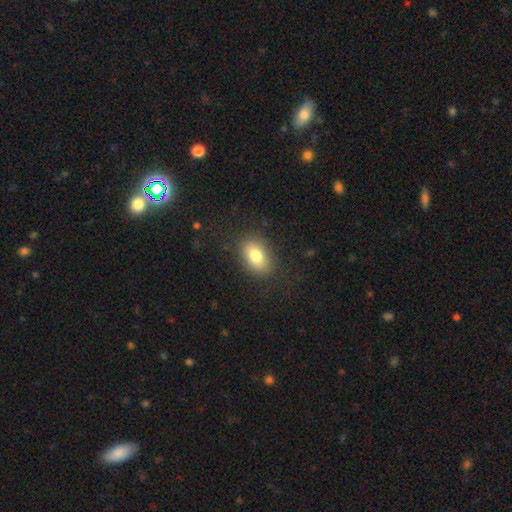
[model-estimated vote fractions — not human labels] A smooth galaxy with no disk features (79%) that is in between round and cigar-shaped (82%).

Vote fractions:
- Smooth or featured? smooth: 79% / featured or disk: 13% / star or artifact: 9%
- How rounded? in between: 82% / round: 16% / cigar-shaped: 2%
- Merging? none: 84% / minor disturbance: 11% / major disturbance: 4% / merger: 1%